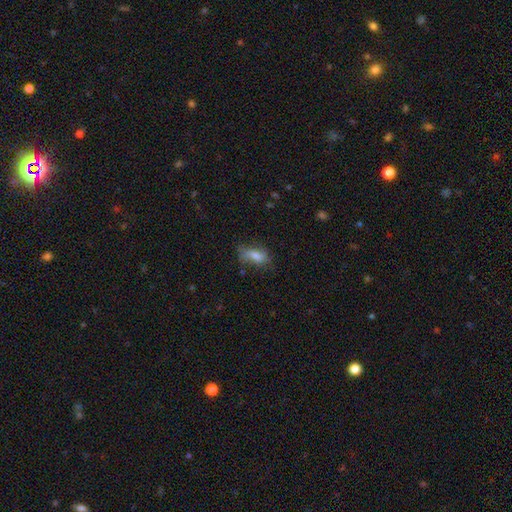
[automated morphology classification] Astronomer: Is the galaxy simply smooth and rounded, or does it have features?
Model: smooth — 60%.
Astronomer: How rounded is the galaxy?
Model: in between — 82%.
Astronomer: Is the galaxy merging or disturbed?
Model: none — 51% (runner-up: minor disturbance, 29%).